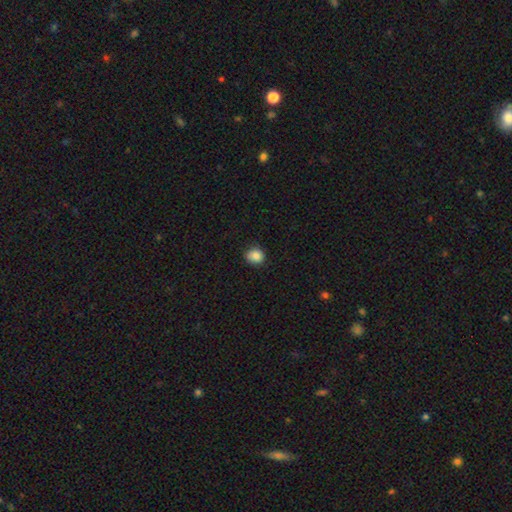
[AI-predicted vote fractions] The model was most divided on "how rounded": round: 78%, in between: 22%, cigar-shaped: 1%. More confident: smooth or featured — smooth (85%); merging — none (83%).